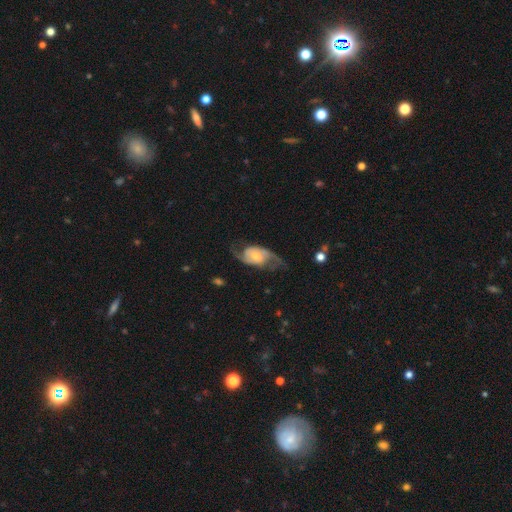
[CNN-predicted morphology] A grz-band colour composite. It shows a featured or disk galaxy (83%) with no bar (61%), 2 (91%) loose (43%) spiral arms (95%) and a small central bulge (51%). Merging: none (65%).